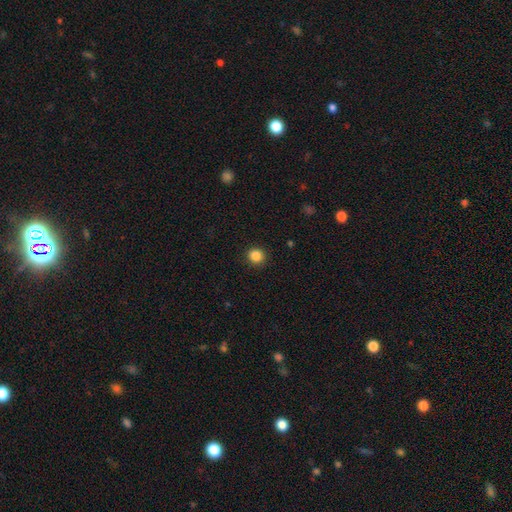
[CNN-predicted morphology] The model was most divided on "smooth or featured": smooth: 86%, star or artifact: 11%, featured or disk: 3%. More confident: merging — none (92%); how rounded — round (91%).